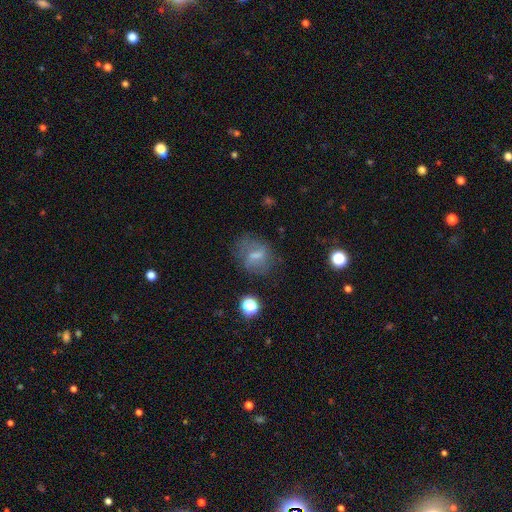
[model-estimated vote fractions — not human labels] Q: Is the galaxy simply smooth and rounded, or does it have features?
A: smooth — 49%.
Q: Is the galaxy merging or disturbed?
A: none — 60%.